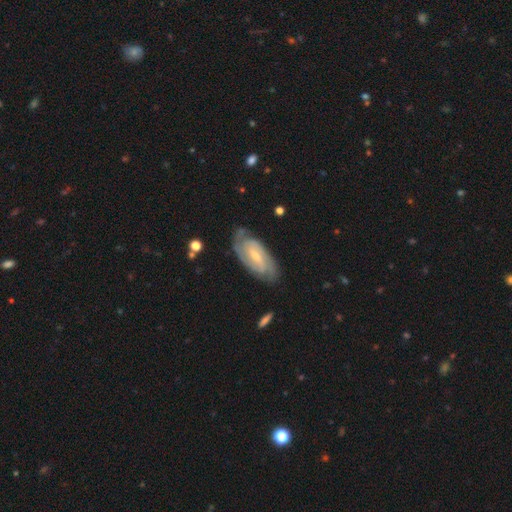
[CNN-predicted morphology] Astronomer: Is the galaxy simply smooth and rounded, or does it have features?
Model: featured or disk — 83%.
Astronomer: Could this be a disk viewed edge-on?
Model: no — 94%.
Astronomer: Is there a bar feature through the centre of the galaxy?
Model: weak — 51% (runner-up: no, 27%).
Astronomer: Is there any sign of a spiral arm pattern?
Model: yes — 95%.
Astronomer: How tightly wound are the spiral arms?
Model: tight — 58% (runner-up: medium, 34%).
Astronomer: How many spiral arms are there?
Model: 2 — 59%.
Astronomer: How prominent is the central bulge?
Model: small — 64%.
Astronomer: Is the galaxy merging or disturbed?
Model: none — 76%.